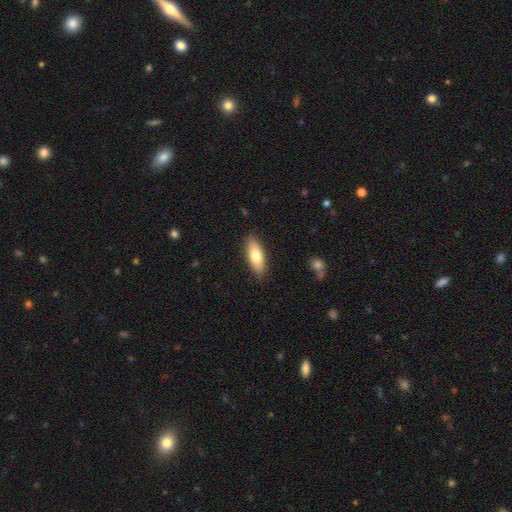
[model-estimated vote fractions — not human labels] A smooth galaxy with no disk features (76%) that is in between round and cigar-shaped (68%). Merging: none (86%).